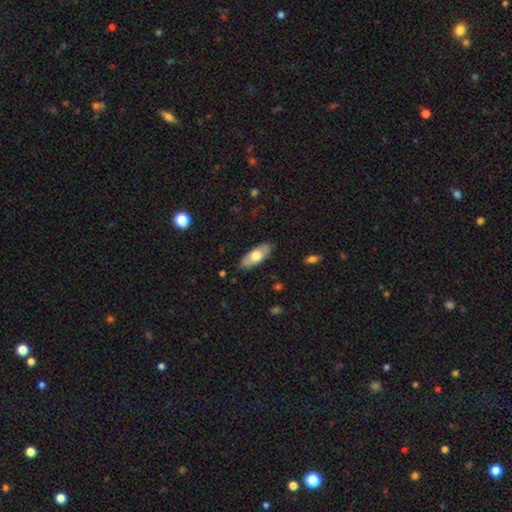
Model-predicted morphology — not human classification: Smooth or featured? Predicted: smooth (p=0.65). How rounded? Predicted: in between (p=0.78). Merging? Predicted: none (p=0.86).